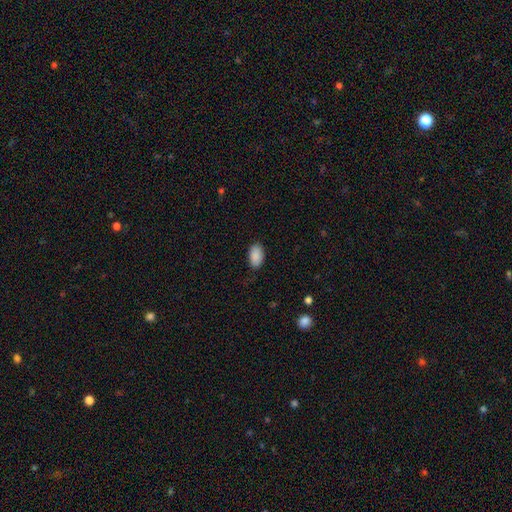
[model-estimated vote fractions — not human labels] A smooth galaxy with no disk features (89%) that is in between round and cigar-shaped (93%). Merging: none (82%).